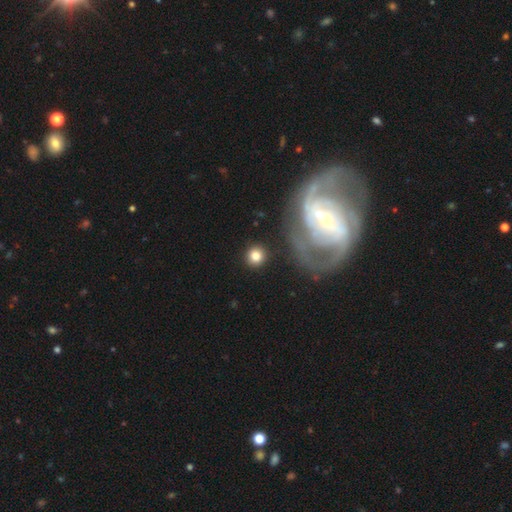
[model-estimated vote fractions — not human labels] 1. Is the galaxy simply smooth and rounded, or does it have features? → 79% smooth, 11% featured or disk, 10% star or artifact.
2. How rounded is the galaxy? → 92% round, 7% in between, 1% cigar-shaped.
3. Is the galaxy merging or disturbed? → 88% none, 6% minor disturbance, 3% merger, 3% major disturbance.